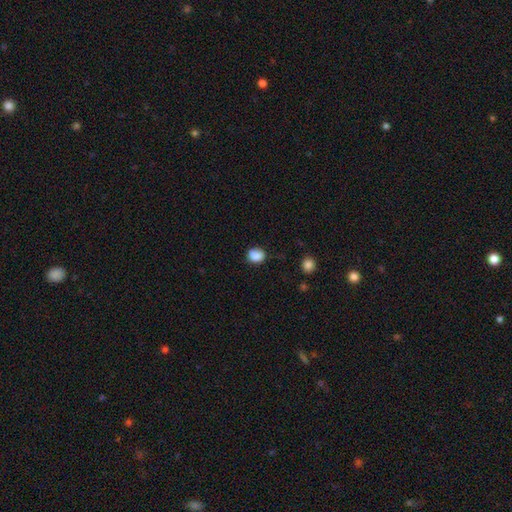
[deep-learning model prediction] This is clearly a smooth galaxy (86%). How rounded: likely round (61%). Merging: likely none (74%).